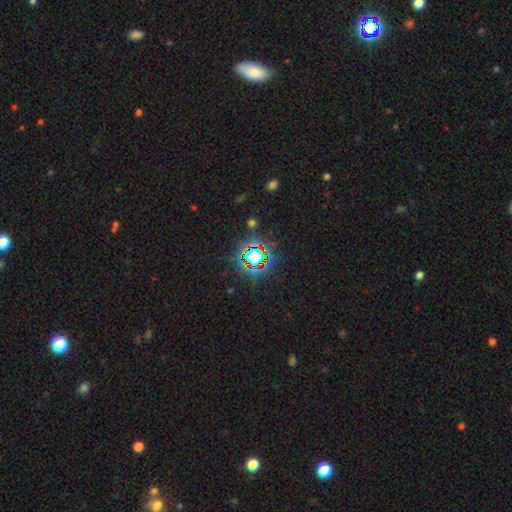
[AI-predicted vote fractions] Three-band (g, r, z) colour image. It shows a star or artifact, not a galaxy (74%).